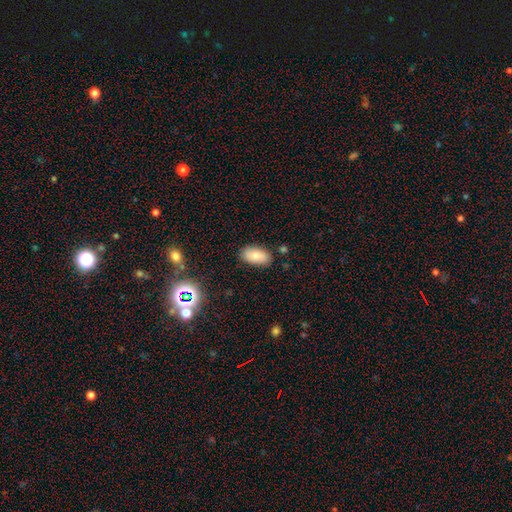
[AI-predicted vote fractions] Morphology: type=smooth (80%); roundness=in between (94%); merging=none (83%).